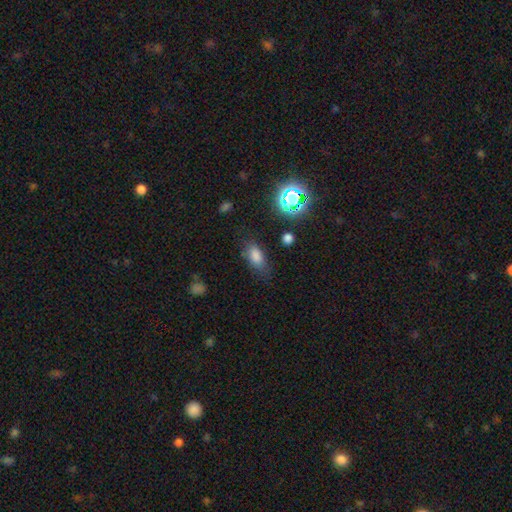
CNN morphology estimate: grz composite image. It shows a smooth galaxy with no disk features (78%) that is in between round and cigar-shaped (85%). Merging: none (71%).